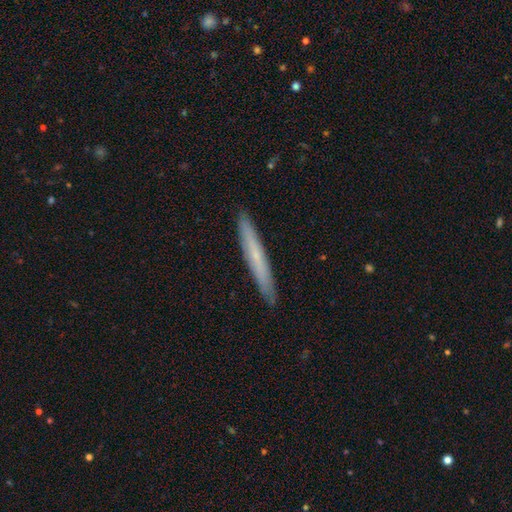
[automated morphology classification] Smooth or featured: smooth — 51% (featured or disk — 43%)
How rounded: cigar-shaped — 96% (in between — 2%)
Merging: none — 91% (minor disturbance — 7%)